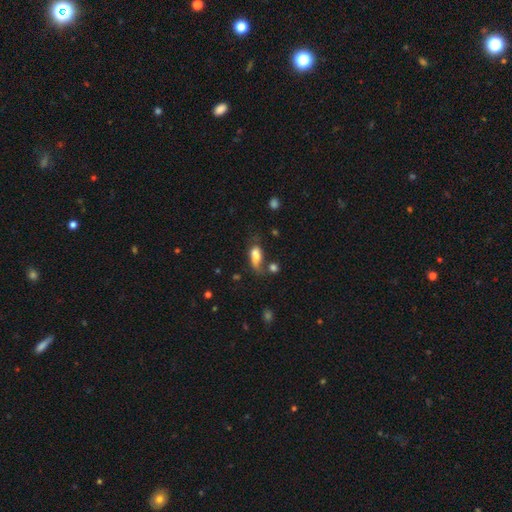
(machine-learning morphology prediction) Smooth or featured? smooth (73%)
How rounded? in between (78%)
Merging? none (33%)